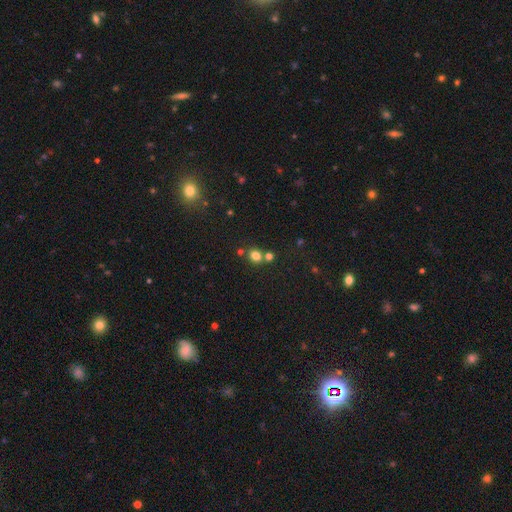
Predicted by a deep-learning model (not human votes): Q: Smooth or featured?
A: smooth (77%); runner-up: star or artifact (16%)
Q: How rounded?
A: round (71%); runner-up: in between (28%)
Q: Merging?
A: none (63%); runner-up: merger (25%)